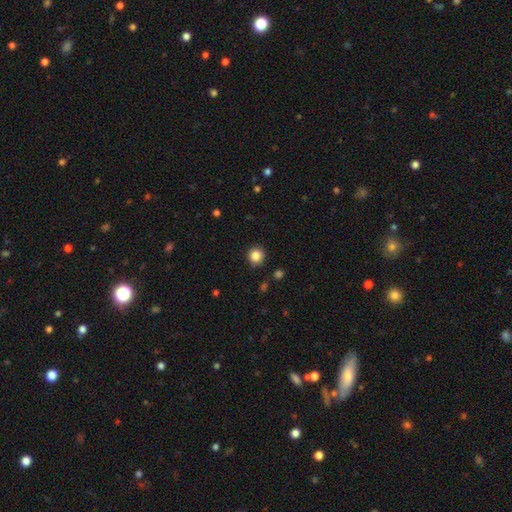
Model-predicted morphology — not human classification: Overall: smooth (85%). How rounded: round (92%). Merging: none (89%).